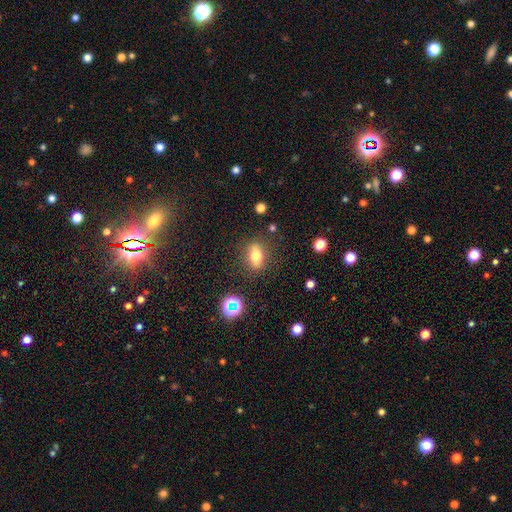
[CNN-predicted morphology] smooth-or-featured: smooth: 66% | featured or disk: 21% | star or artifact: 13%
  how-rounded: in between: 71% | round: 18% | cigar-shaped: 11%
  merging: none: 82% | minor disturbance: 12% | major disturbance: 4% | merger: 2%